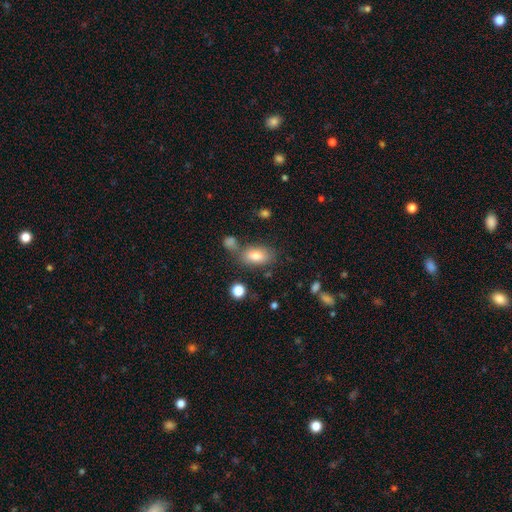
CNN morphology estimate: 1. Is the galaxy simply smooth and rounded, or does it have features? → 78% smooth, 13% featured or disk, 9% star or artifact.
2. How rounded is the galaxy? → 89% in between, 8% round, 3% cigar-shaped.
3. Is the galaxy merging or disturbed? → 65% none, 15% merger, 15% minor disturbance, 5% major disturbance.